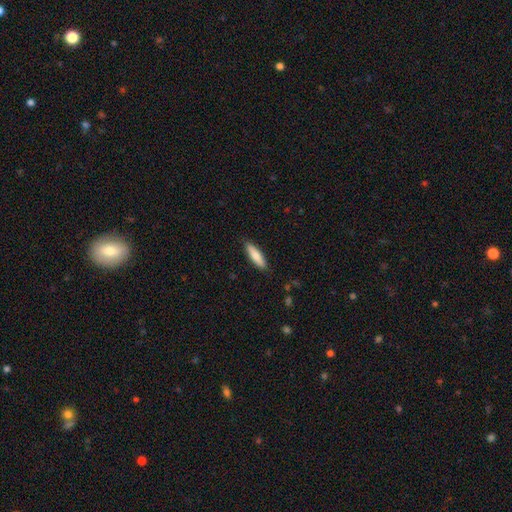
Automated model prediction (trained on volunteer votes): smooth-or-featured: smooth: 76% | featured or disk: 18% | star or artifact: 5%
  how-rounded: cigar-shaped: 66% | in between: 33% | round: 2%
  merging: none: 88% | minor disturbance: 9% | major disturbance: 2% | merger: 1%